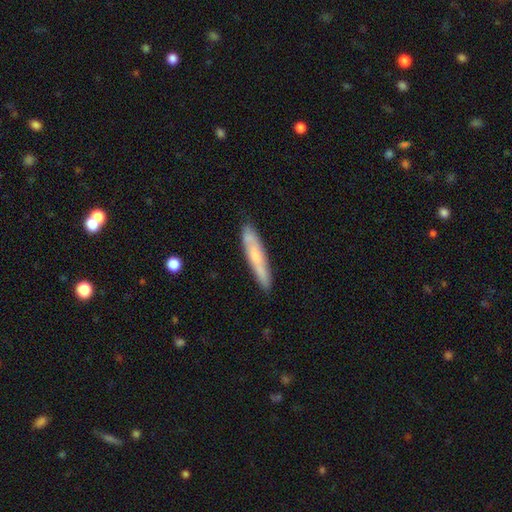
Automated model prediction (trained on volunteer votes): smooth 52%, featured or disk 42%, star or artifact 6%. Down the decision tree: how rounded — cigar-shaped (89%); merging — none (82%).